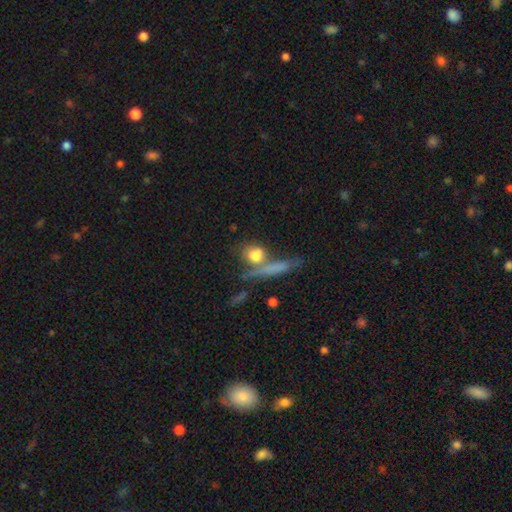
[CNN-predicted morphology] Smooth or featured? smooth (74%)
How rounded? round (61%)
Merging? none (46%)